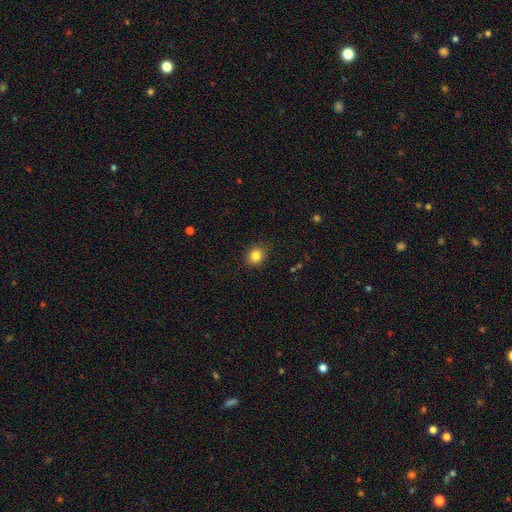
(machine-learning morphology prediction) Q: Smooth or featured?
A: smooth (83%); runner-up: star or artifact (11%)
Q: How rounded?
A: round (61%); runner-up: in between (38%)
Q: Merging?
A: none (84%); runner-up: minor disturbance (12%)